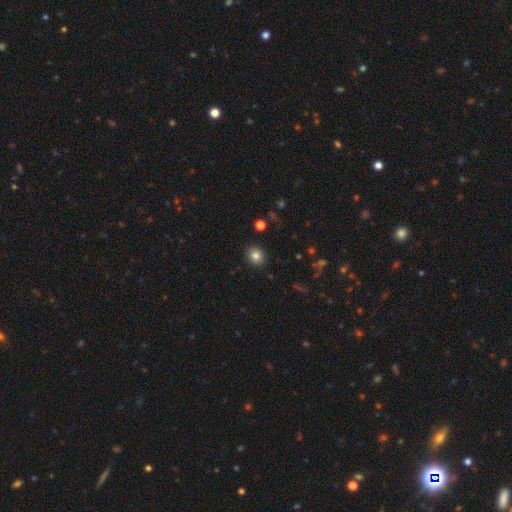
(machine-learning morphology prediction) A smooth galaxy with no disk features (83%) that is round (79%).

Vote fractions:
- Smooth or featured? smooth: 83% / star or artifact: 11% / featured or disk: 6%
- How rounded? round: 79% / in between: 20% / cigar-shaped: 1%
- Merging? none: 91% / minor disturbance: 6% / major disturbance: 2% / merger: 1%